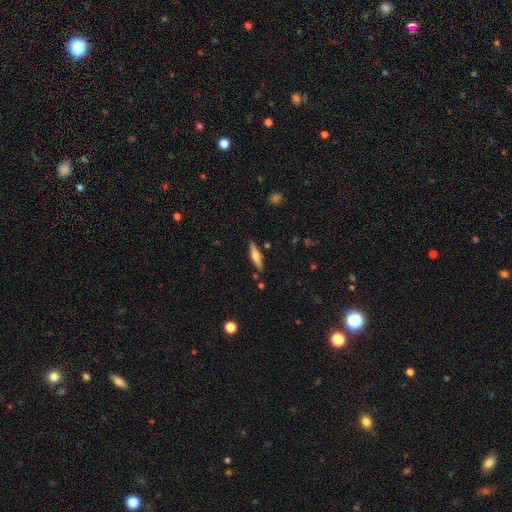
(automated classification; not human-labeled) Morphology: type=smooth (50%); merging=none (85%).